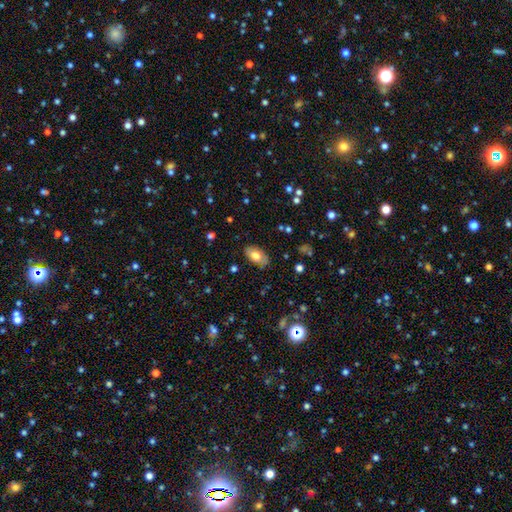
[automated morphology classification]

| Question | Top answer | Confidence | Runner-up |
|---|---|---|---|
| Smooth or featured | smooth | 73% | featured or disk (20%) |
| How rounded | in between | 93% | round (4%) |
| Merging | none | 82% | minor disturbance (14%) |